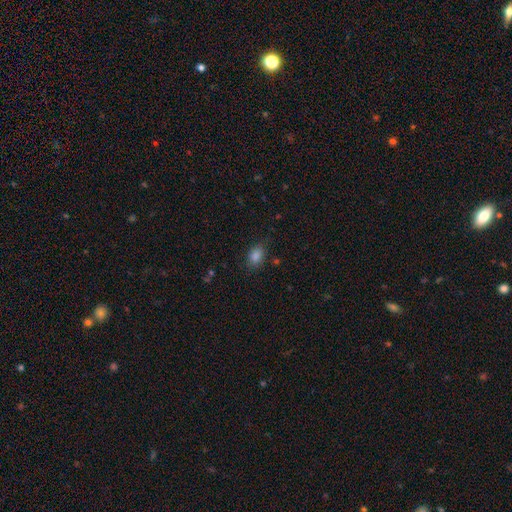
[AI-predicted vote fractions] Smooth or featured?
  - smooth: 83% *
  - star or artifact: 11%
  - featured or disk: 5%
How rounded?
  - in between: 79% *
  - round: 19%
  - cigar-shaped: 2%
Merging?
  - none: 79% *
  - minor disturbance: 15%
  - major disturbance: 4%
  - merger: 2%